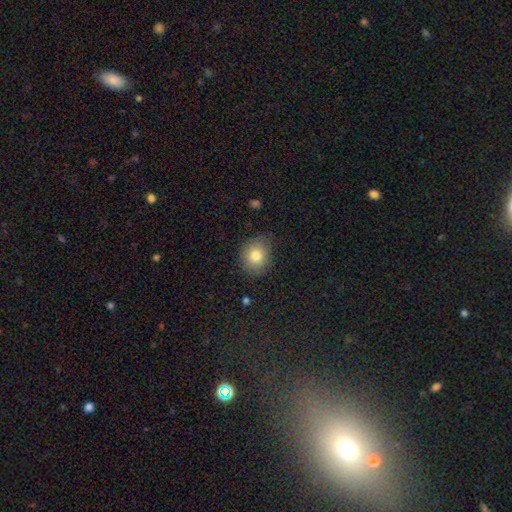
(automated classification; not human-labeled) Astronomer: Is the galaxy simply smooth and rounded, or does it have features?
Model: smooth — 79%.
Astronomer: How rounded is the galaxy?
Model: round — 64%.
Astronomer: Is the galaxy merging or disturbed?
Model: none — 78%.